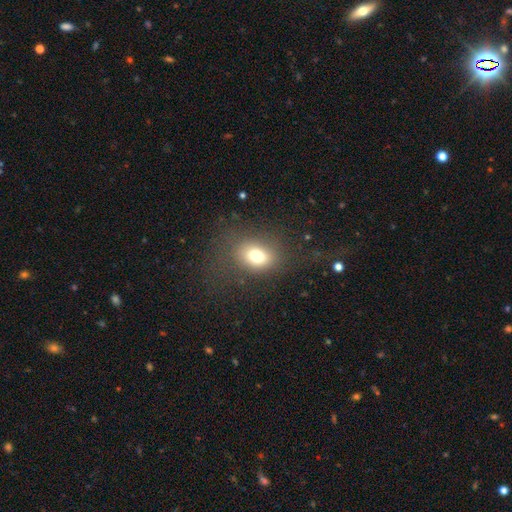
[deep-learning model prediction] Q: Smooth or featured?
A: smooth (74%); runner-up: star or artifact (14%)
Q: How rounded?
A: in between (63%); runner-up: round (36%)
Q: Merging?
A: none (71%); runner-up: minor disturbance (15%)